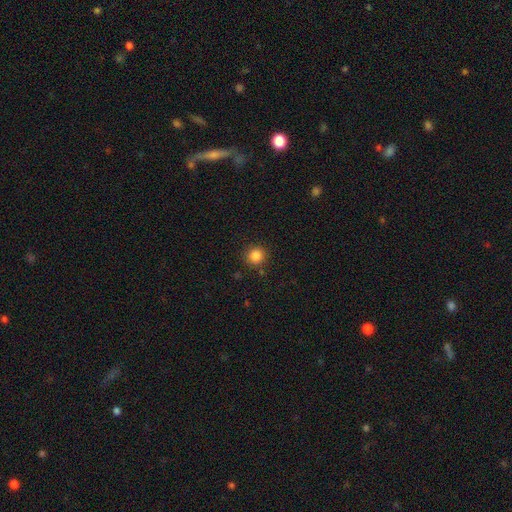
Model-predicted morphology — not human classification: This is clearly a smooth galaxy (85%). How rounded: clearly round (90%). Merging: clearly none (87%).